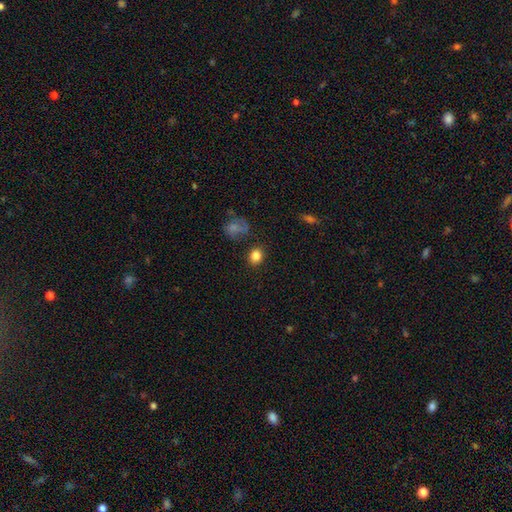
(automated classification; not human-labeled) A smooth galaxy with no disk features (84%) that is round (64%).

Vote fractions:
- Smooth or featured? smooth: 84% / star or artifact: 10% / featured or disk: 5%
- How rounded? round: 64% / in between: 35% / cigar-shaped: 1%
- Merging? none: 84% / minor disturbance: 10% / merger: 3% / major disturbance: 3%